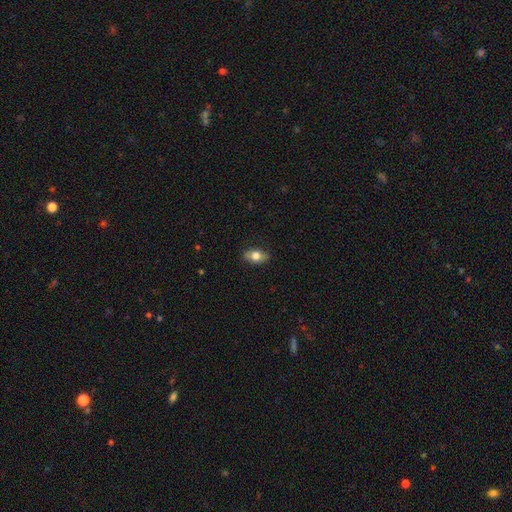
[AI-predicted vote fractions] Smooth or featured? Predicted: smooth (p=0.69). How rounded? Predicted: in between (p=0.85). Merging? Predicted: none (p=0.84).